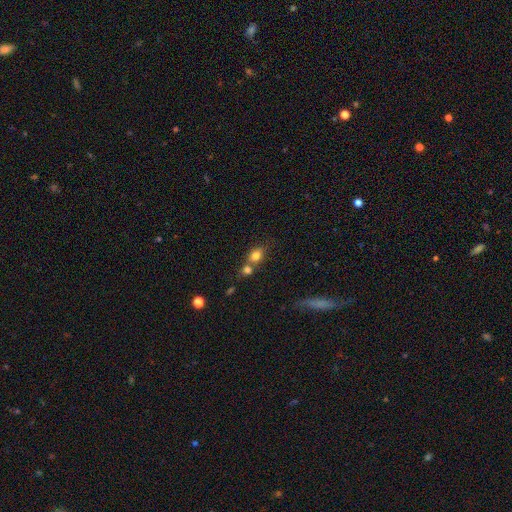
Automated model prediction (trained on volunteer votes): A smooth galaxy with no disk features (79%) that is in between round and cigar-shaped (54%). Merging: merger (47%).